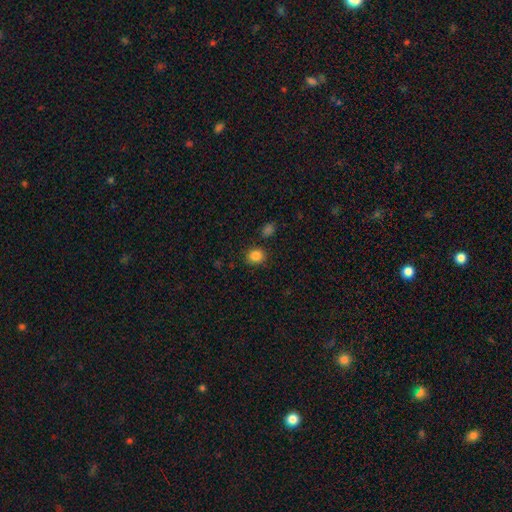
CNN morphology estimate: Smooth or featured? smooth (85%)
How rounded? round (78%)
Merging? none (87%)